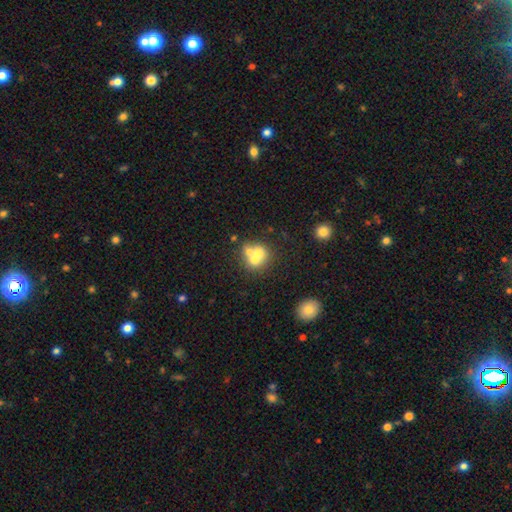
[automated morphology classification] smooth-or-featured: smooth: 60% | featured or disk: 28% | star or artifact: 12%
  how-rounded: round: 75% | in between: 24% | cigar-shaped: 1%
  merging: merger: 59% | none: 30% | minor disturbance: 7% | major disturbance: 4%